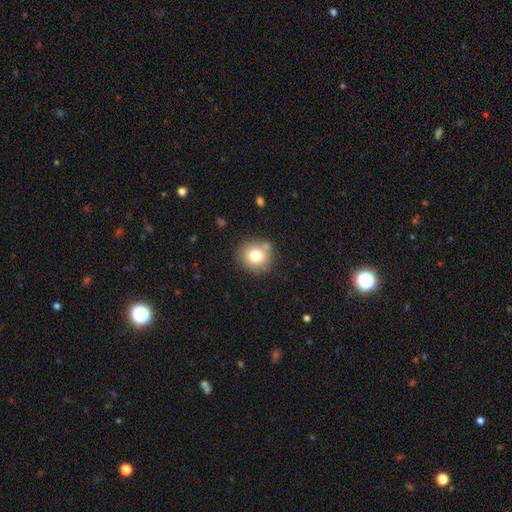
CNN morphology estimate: smooth-or-featured: smooth: 76% | featured or disk: 13% | star or artifact: 12%
  how-rounded: round: 88% | in between: 11% | cigar-shaped: 1%
  merging: none: 79% | minor disturbance: 12% | merger: 6% | major disturbance: 4%